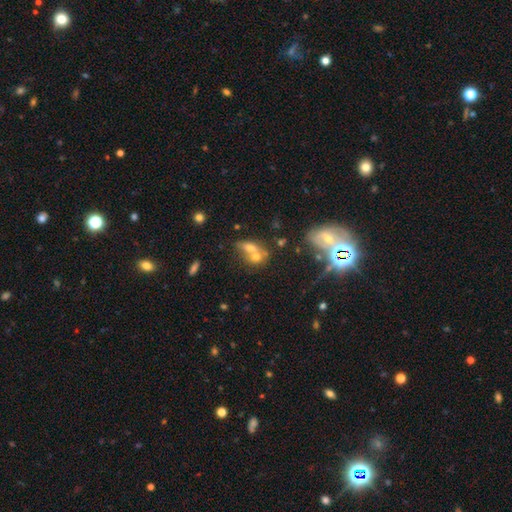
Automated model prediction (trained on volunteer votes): Smooth or featured?
  - smooth: 62% *
  - featured or disk: 25%
  - star or artifact: 13%
How rounded?
  - in between: 54% *
  - round: 41%
  - cigar-shaped: 4%
Merging?
  - merger: 62% *
  - none: 24%
  - minor disturbance: 8%
  - major disturbance: 5%